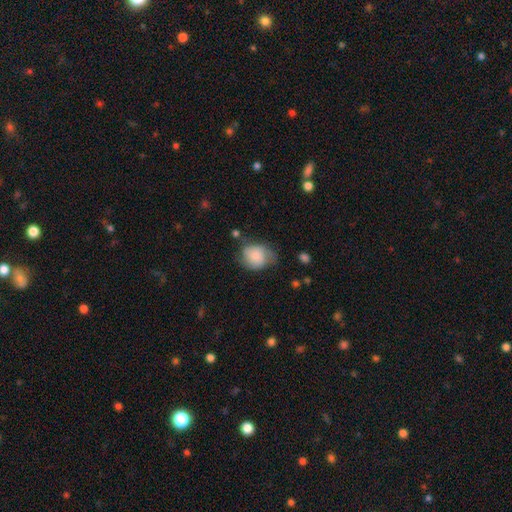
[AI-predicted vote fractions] smooth 72%, featured or disk 21%, star or artifact 8%. Down the decision tree: how rounded — round (53%); merging — none (43%).